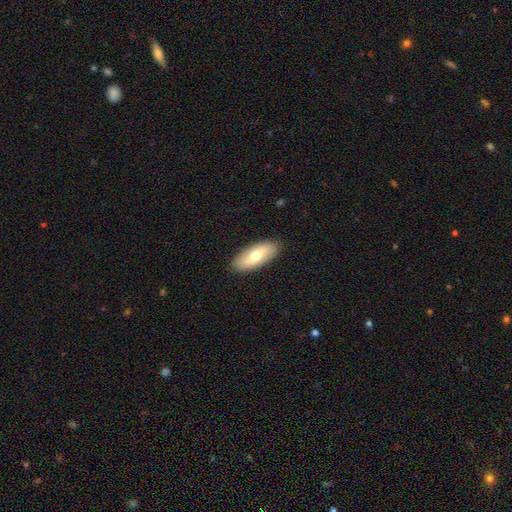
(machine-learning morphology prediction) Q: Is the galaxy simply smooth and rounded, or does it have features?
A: smooth — 67%.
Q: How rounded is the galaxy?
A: in between — 81%.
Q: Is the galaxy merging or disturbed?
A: none — 89%.